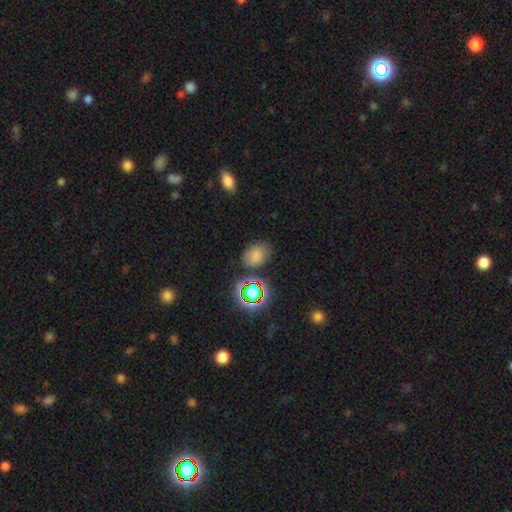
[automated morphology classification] This appears to be a smooth galaxy with no disk features (70%) that is in between round and cigar-shaped (76%). Merging: none (72%).